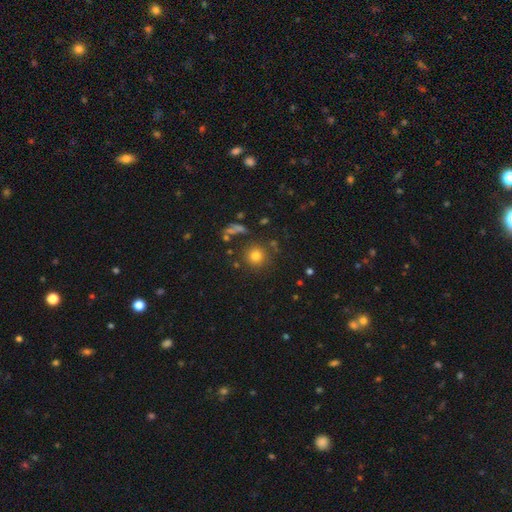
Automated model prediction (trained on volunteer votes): A smooth galaxy with no disk features (79%) that is round (93%). Merging: none (83%).